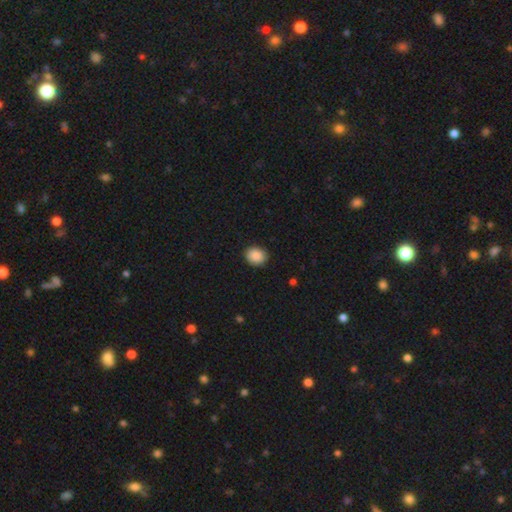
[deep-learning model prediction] Overall: smooth (89%). How rounded: round (57%; in between 42%). Merging: none (88%).